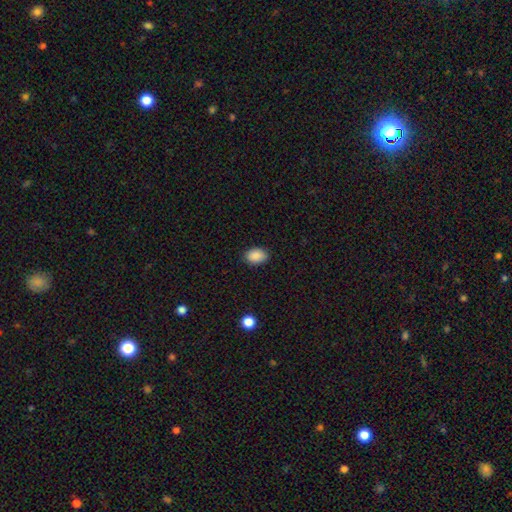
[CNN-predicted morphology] Smooth or featured? smooth (89%)
How rounded? in between (80%)
Merging? none (87%)